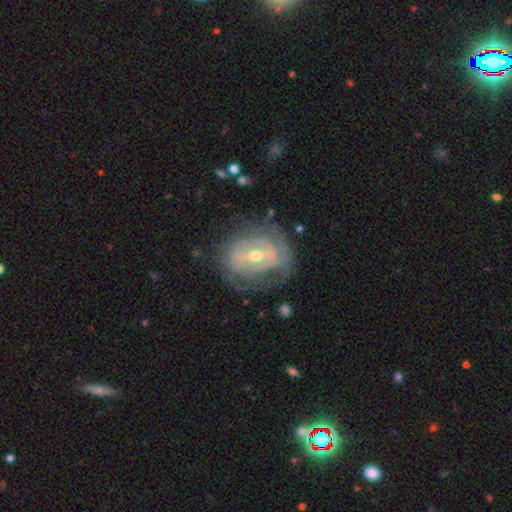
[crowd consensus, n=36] featured or disk 75%, smooth 22%, star or artifact 3%. Down the decision tree: edge-on disk — no (100%); bar — no (56%); spiral arms — no (52%); bulge size — moderate (59%); merging — none (71%).